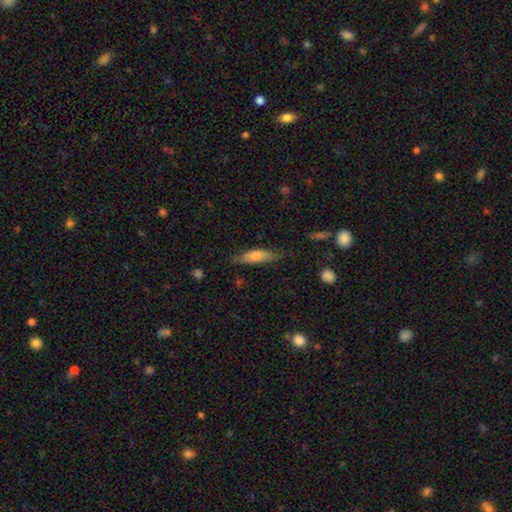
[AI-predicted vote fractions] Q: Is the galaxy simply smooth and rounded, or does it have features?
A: smooth — 63%.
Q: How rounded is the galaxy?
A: cigar-shaped — 61%.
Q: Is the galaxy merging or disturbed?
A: none — 70%.